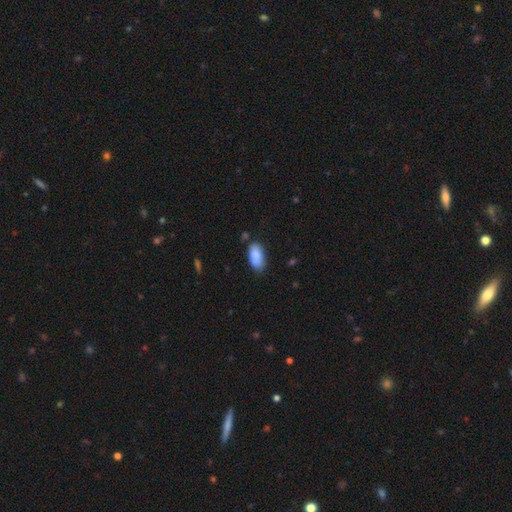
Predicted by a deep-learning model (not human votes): A smooth galaxy with no disk features (87%) that is in between round and cigar-shaped (93%). Merging: none (70%).